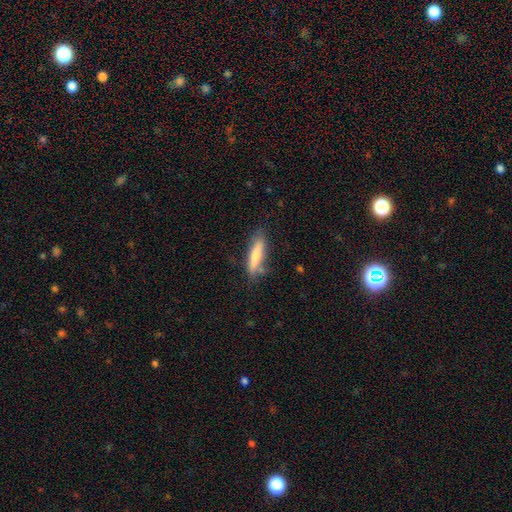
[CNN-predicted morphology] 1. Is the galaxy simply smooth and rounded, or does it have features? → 68% smooth, 26% featured or disk, 6% star or artifact.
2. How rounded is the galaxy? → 79% cigar-shaped, 19% in between, 2% round.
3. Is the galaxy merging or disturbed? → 72% none, 20% minor disturbance, 5% major disturbance, 4% merger.